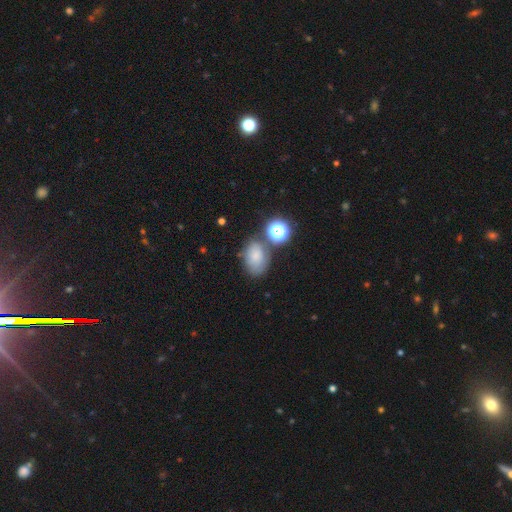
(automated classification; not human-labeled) smooth_or_featured: smooth (p=0.72) [alt: star or artifact p=0.16]
how_rounded: in between (p=0.75) [alt: round p=0.23]
merging: none (p=0.59) [alt: minor disturbance p=0.20]